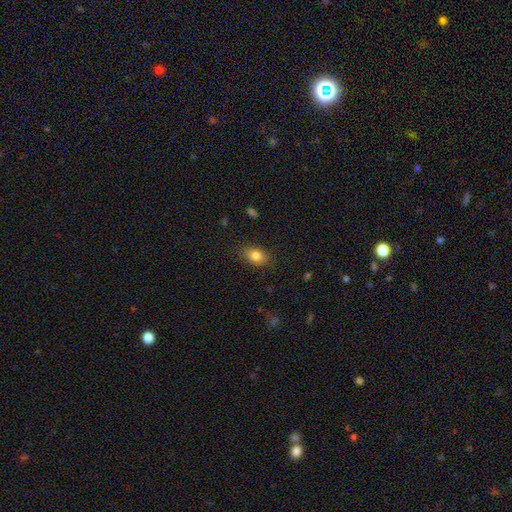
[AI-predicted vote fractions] The model was most divided on "how rounded": in between: 79%, round: 20%, cigar-shaped: 2%. More confident: merging — none (85%); smooth or featured — smooth (82%).